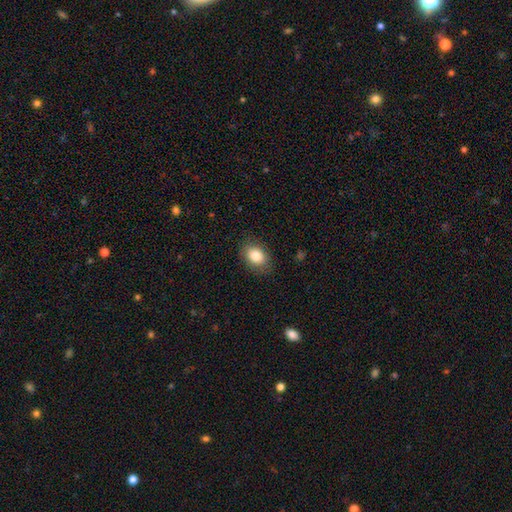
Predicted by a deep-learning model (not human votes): smooth 84%, featured or disk 8%, star or artifact 8%. Down the decision tree: how rounded — in between (76%); merging — none (84%).